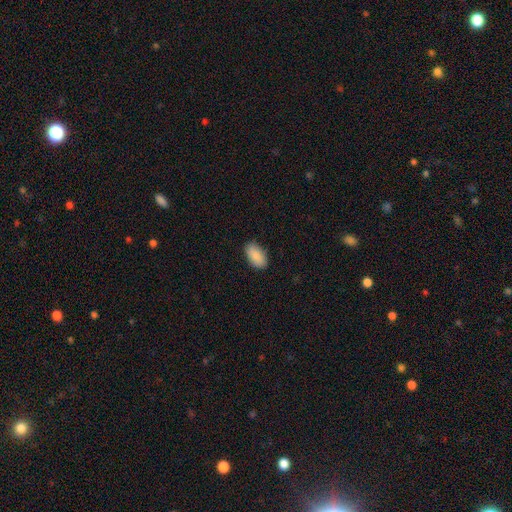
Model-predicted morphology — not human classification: smooth-or-featured: smooth: 89% | star or artifact: 6% | featured or disk: 5%
  how-rounded: in between: 94% | round: 4% | cigar-shaped: 2%
  merging: none: 86% | minor disturbance: 11% | major disturbance: 2% | merger: 1%